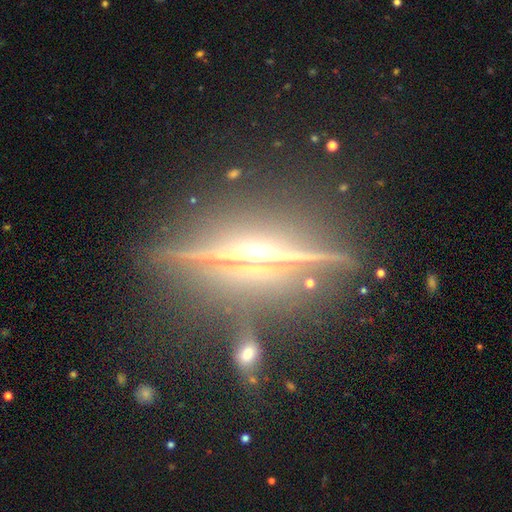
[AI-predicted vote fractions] A featured or disk galaxy (80%) viewed edge-on (95%) with a rounded central bulge (91%).

Vote fractions:
- Smooth or featured? featured or disk: 80% / star or artifact: 13% / smooth: 7%
- Edge-on disk? yes: 95% / no: 5%
- Edge-on bulge? rounded: 91% / none: 5% / boxy: 5%
- Merging? none: 83% / minor disturbance: 9% / major disturbance: 4% / merger: 4%